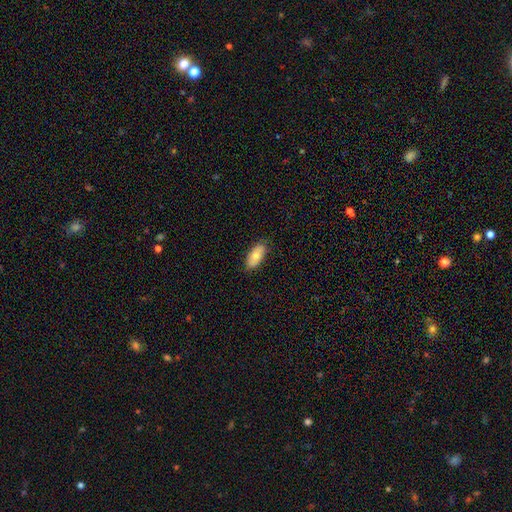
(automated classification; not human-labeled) Smooth or featured? smooth (71%)
How rounded? in between (90%)
Merging? none (83%)